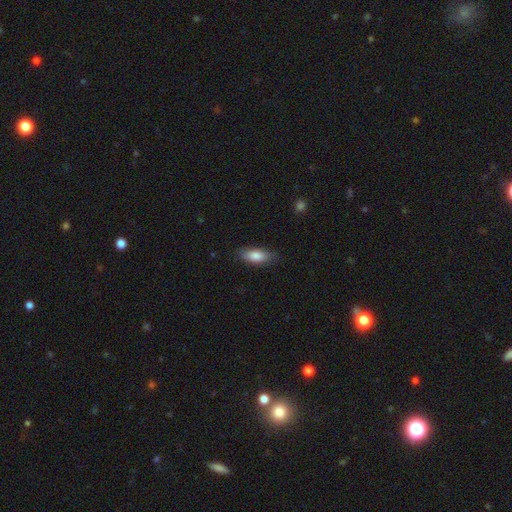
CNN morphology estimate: Overall: smooth (83%). How rounded: in between (80%). Merging: none (82%).